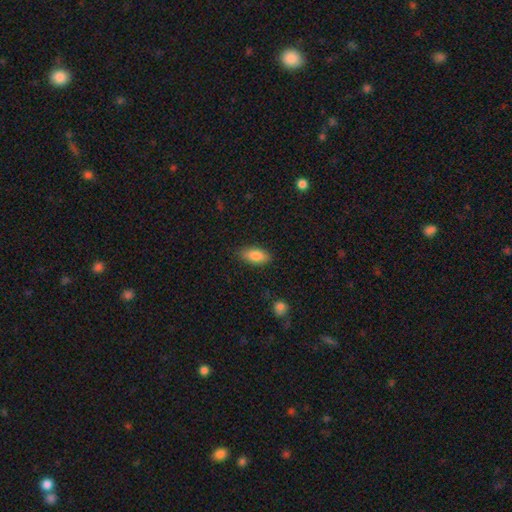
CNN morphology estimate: Overall: smooth (84%). How rounded: in between (87%). Merging: none (84%).